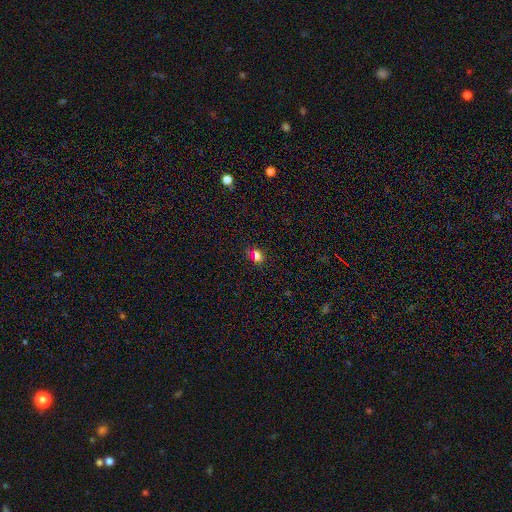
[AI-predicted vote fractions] Smooth or featured?
  - smooth: 74% *
  - star or artifact: 20%
  - featured or disk: 6%
How rounded?
  - in between: 55% *
  - round: 43%
  - cigar-shaped: 2%
Merging?
  - none: 76% *
  - minor disturbance: 15%
  - merger: 5%
  - major disturbance: 4%